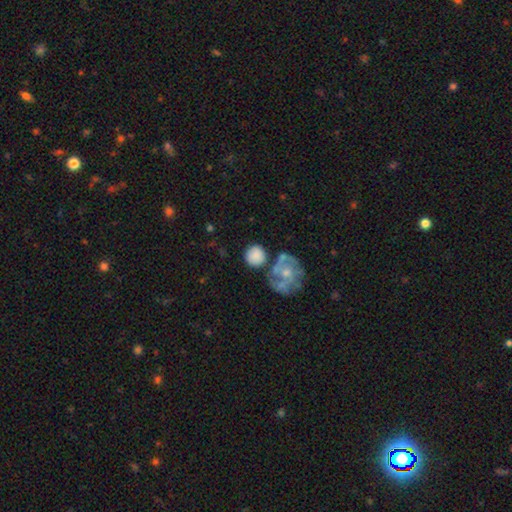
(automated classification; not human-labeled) This appears to be a smooth galaxy with no disk features (76%) that is round (89%). Merging: none (65%).